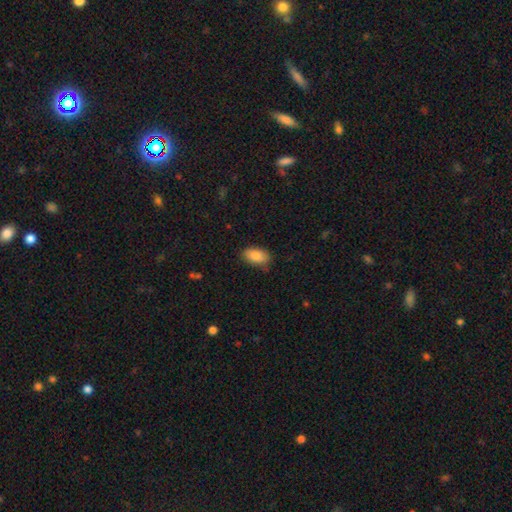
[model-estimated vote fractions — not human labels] Smooth or featured?
  - smooth: 86% *
  - featured or disk: 7%
  - star or artifact: 7%
How rounded?
  - in between: 92% *
  - round: 5%
  - cigar-shaped: 2%
Merging?
  - none: 79% *
  - minor disturbance: 17%
  - major disturbance: 3%
  - merger: 1%